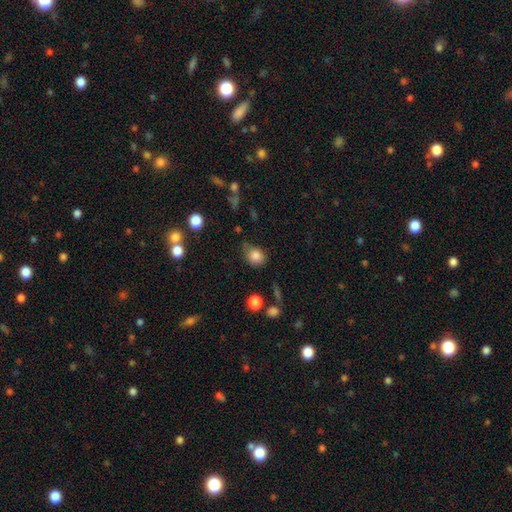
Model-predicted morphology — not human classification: The model was most divided on "how rounded": round: 58%, in between: 41%, cigar-shaped: 1%. More confident: smooth or featured — smooth (83%); merging — none (63%).